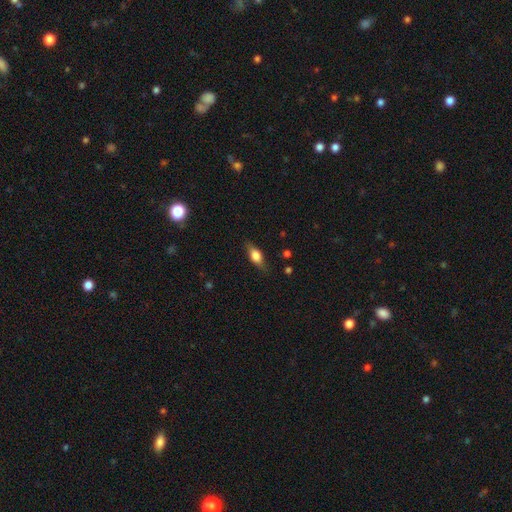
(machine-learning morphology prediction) A smooth galaxy with no disk features (68%) that is in between round and cigar-shaped (75%). Merging: none (78%).